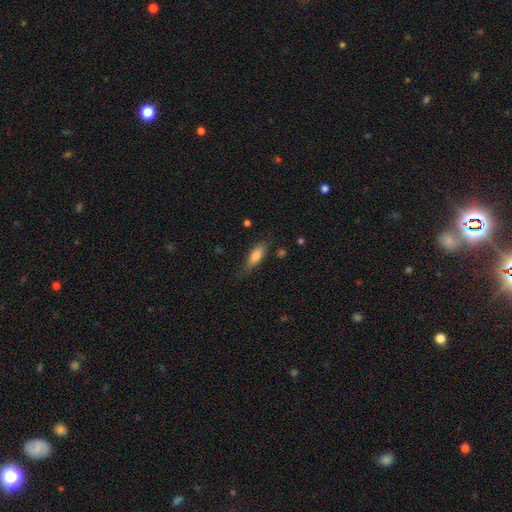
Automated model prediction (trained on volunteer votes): Q: Smooth or featured?
A: smooth (78%); runner-up: featured or disk (15%)
Q: How rounded?
A: in between (60%); runner-up: cigar-shaped (37%)
Q: Merging?
A: none (70%); runner-up: minor disturbance (23%)